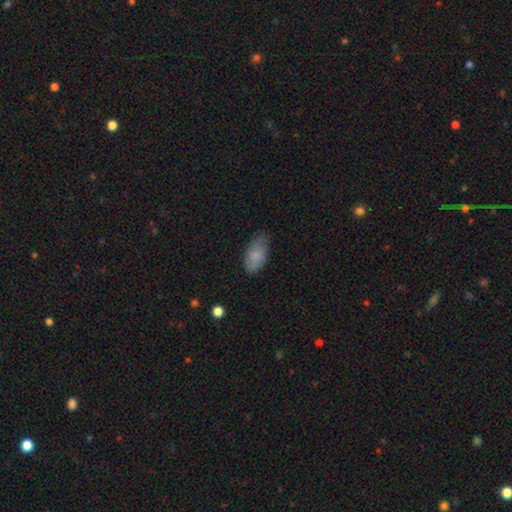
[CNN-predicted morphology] The model was most divided on "merging": none: 71%, minor disturbance: 23%, major disturbance: 4%, merger: 1%. More confident: how rounded — in between (93%); smooth or featured — smooth (81%).